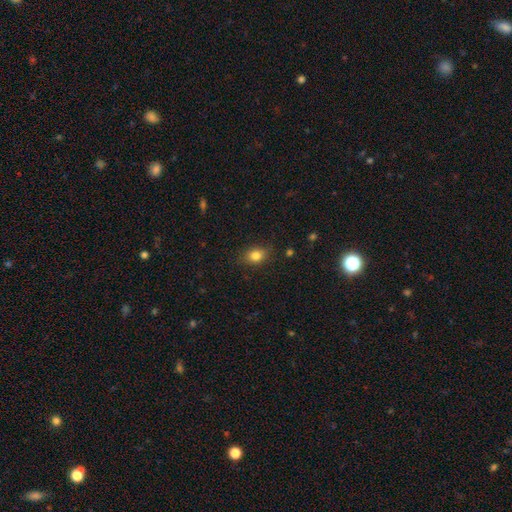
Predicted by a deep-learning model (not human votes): Smooth or featured? smooth (81%)
How rounded? in between (59%)
Merging? none (83%)